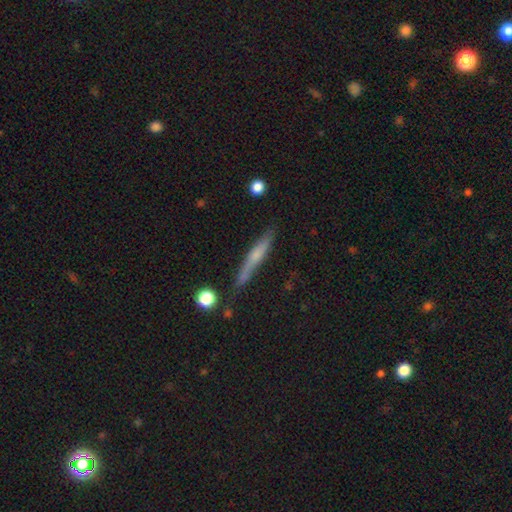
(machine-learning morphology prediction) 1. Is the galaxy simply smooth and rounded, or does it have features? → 47% smooth, 45% featured or disk, 7% star or artifact.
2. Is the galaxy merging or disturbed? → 75% none, 17% minor disturbance, 4% merger, 4% major disturbance.